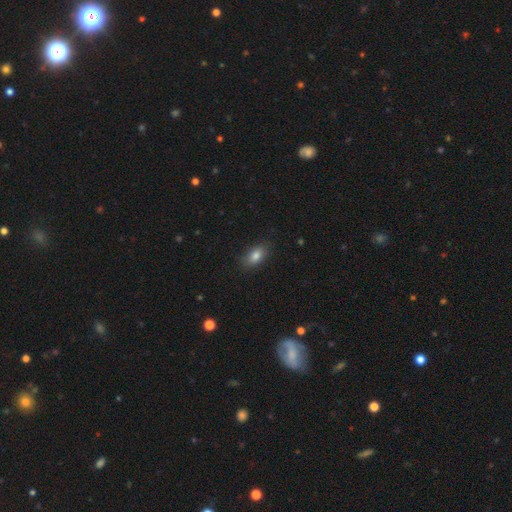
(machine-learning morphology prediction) Smooth or featured? Predicted: smooth (p=0.83). How rounded? Predicted: in between (p=0.87). Merging? Predicted: none (p=0.85).